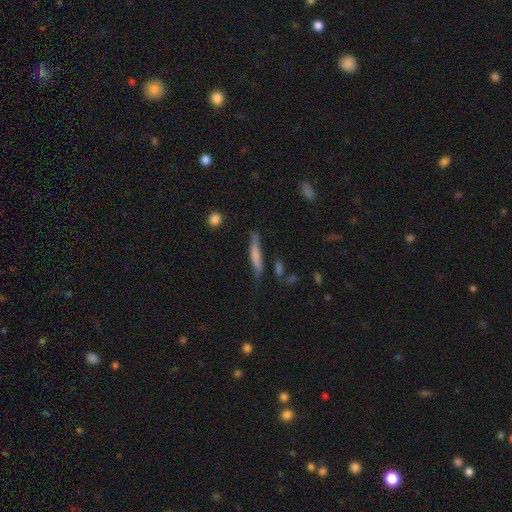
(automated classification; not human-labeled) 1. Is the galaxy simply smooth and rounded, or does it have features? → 62% smooth, 31% featured or disk, 7% star or artifact.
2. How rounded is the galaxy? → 90% cigar-shaped, 8% in between, 2% round.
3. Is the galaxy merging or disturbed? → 65% none, 23% minor disturbance, 7% major disturbance, 5% merger.